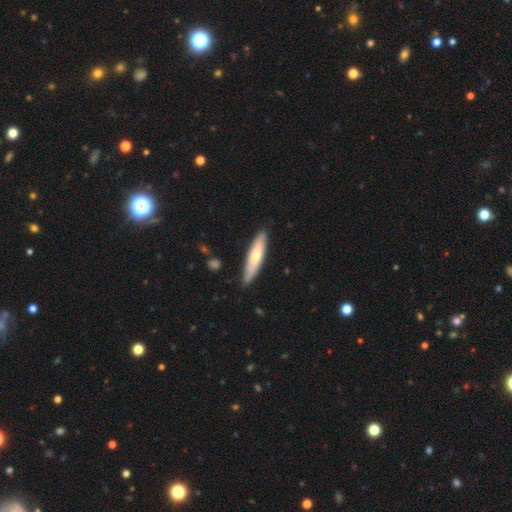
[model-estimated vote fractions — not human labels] This is likely a smooth galaxy (62%). How rounded: likely cigar-shaped (79%). Merging: clearly none (84%).